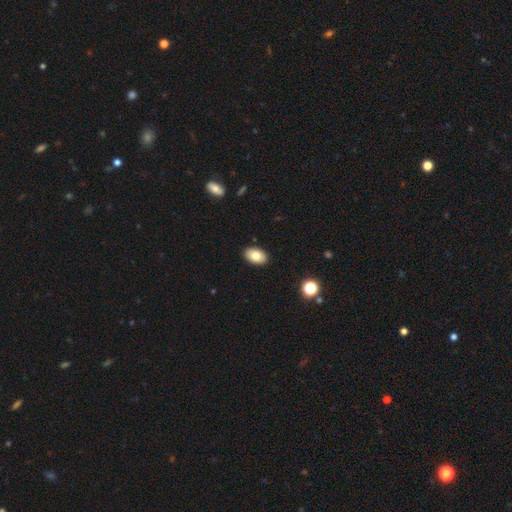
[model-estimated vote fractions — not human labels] Smooth or featured?
  - smooth: 80% *
  - featured or disk: 13%
  - star or artifact: 8%
How rounded?
  - in between: 90% *
  - round: 9%
  - cigar-shaped: 1%
Merging?
  - none: 90% *
  - minor disturbance: 7%
  - major disturbance: 2%
  - merger: 1%